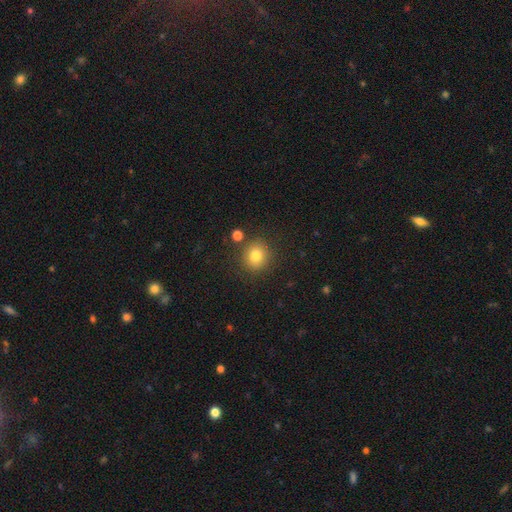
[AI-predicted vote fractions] A smooth galaxy with no disk features (80%) that is round (87%). Merging: none (83%).